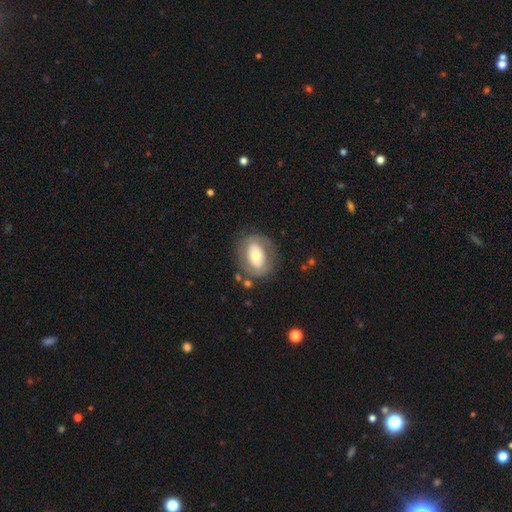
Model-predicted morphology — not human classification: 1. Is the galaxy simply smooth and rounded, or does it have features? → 48% featured or disk, 46% smooth, 6% star or artifact.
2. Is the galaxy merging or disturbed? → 74% none, 15% minor disturbance, 8% major disturbance, 3% merger.